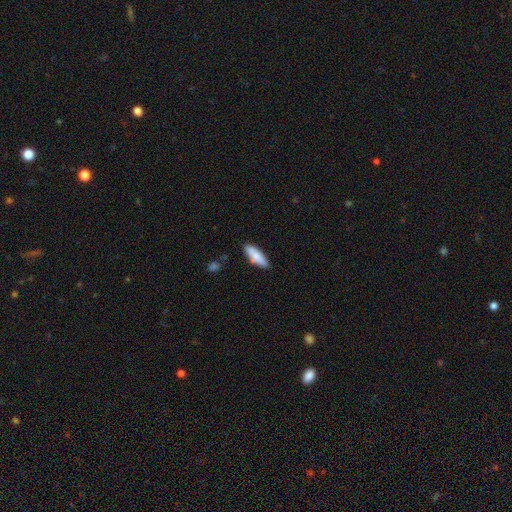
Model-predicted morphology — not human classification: A smooth galaxy with no disk features (80%) that is in between round and cigar-shaped (60%).

Vote fractions:
- Smooth or featured? smooth: 80% / featured or disk: 14% / star or artifact: 6%
- How rounded? in between: 60% / cigar-shaped: 39% / round: 2%
- Merging? none: 79% / minor disturbance: 16% / major disturbance: 3% / merger: 3%